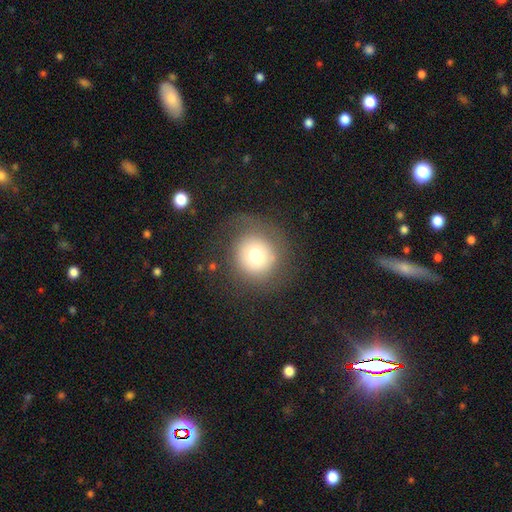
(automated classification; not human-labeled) Smooth or featured? Predicted: smooth (p=0.69). How rounded? Predicted: round (p=0.92). Merging? Predicted: none (p=0.71).